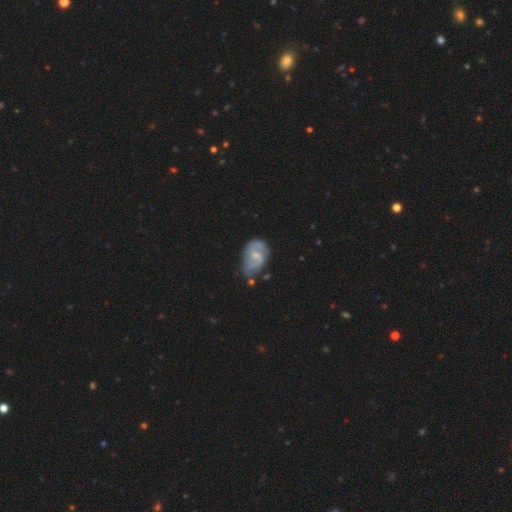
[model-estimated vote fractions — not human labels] This appears to be a featured or disk galaxy (73%) with a weak bar (50%), 2 (74%) medium (46%) spiral arms (86%) and a small central bulge (53%). Merging: none (47%).